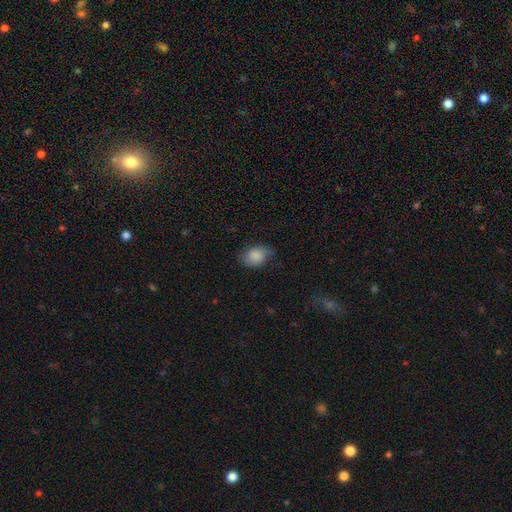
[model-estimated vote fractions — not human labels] This is clearly a smooth galaxy (81%). How rounded: likely in between (74%). Merging: likely none (63%).